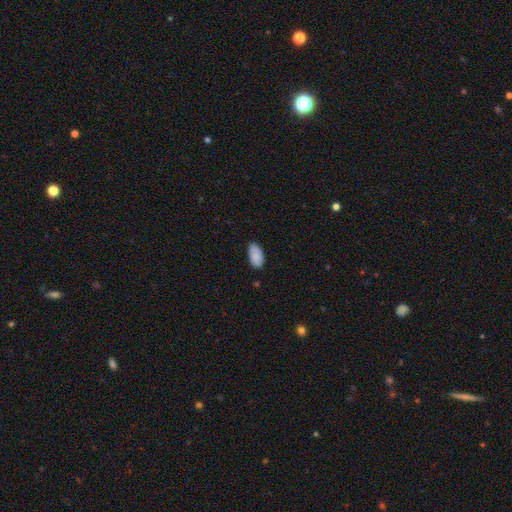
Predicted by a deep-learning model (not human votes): Overall: smooth (85%). How rounded: in between (94%). Merging: none (72%).